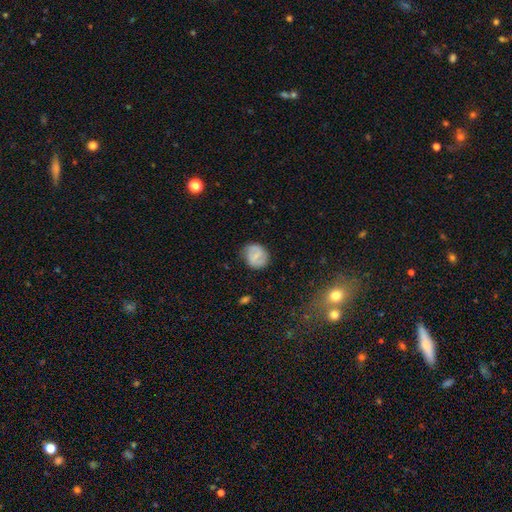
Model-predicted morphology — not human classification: This appears to be a smooth galaxy with no disk features (49%). Merging: none (79%).